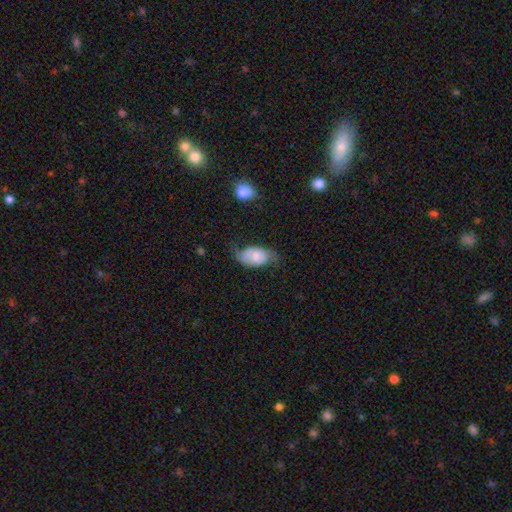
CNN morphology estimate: type=smooth (57%); roundness=in between (91%); merging=none (46%).